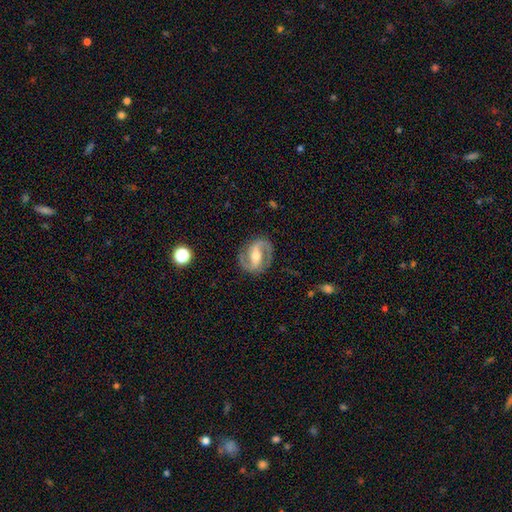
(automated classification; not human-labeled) Smooth or featured: featured or disk — 89% (smooth — 6%)
Edge-on disk: no — 97% (yes — 3%)
Bar: strong — 54% (weak — 32%)
Spiral arms: yes — 96% (no — 4%)
Spiral winding: medium — 57% (loose — 22%)
Spiral arm count: 2 — 94% (can't tell — 2%)
Bulge size: moderate — 65% (small — 25%)
Merging: none — 86% (minor disturbance — 10%)